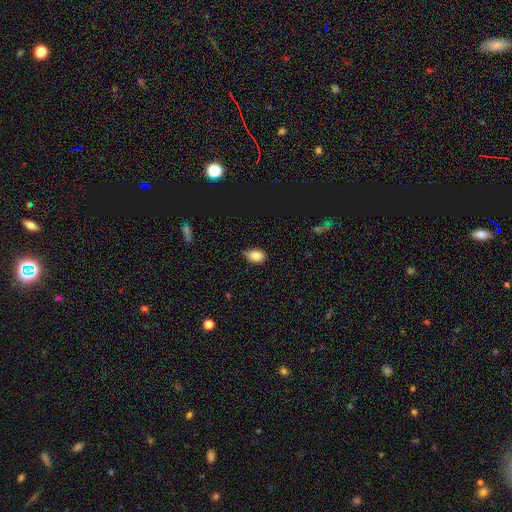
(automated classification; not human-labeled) Smooth or featured? smooth (83%)
How rounded? in between (83%)
Merging? none (66%)